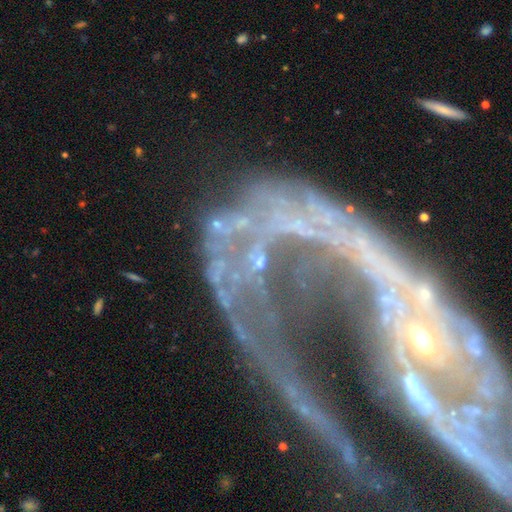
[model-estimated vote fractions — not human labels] Smooth or featured: featured or disk — 65% (star or artifact — 23%)
Edge-on disk: no — 89% (yes — 11%)
Bar: no — 57% (strong — 22%)
Spiral arms: yes — 58% (no — 42%)
Bulge size: small — 39% (none — 27%)
Merging: major disturbance — 39% (none — 28%)